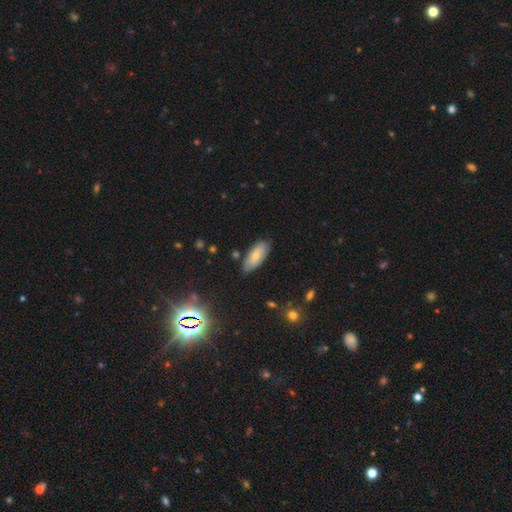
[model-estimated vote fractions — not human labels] The model was most divided on "smooth or featured": smooth: 61%, featured or disk: 31%, star or artifact: 7%. More confident: how rounded — in between (85%); merging — none (76%).